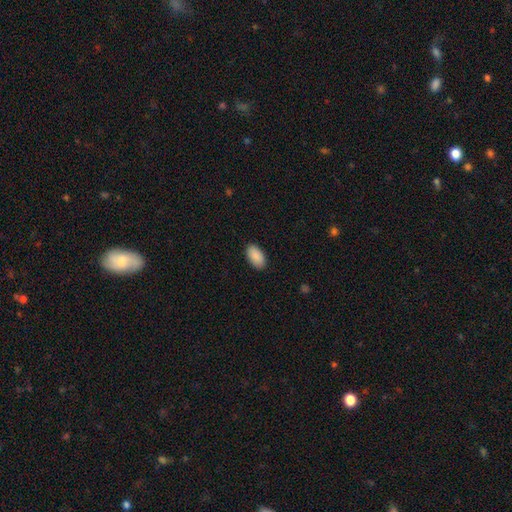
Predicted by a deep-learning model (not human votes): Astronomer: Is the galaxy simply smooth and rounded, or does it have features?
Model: smooth — 90%.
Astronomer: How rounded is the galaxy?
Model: in between — 95%.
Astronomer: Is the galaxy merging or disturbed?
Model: none — 89%.